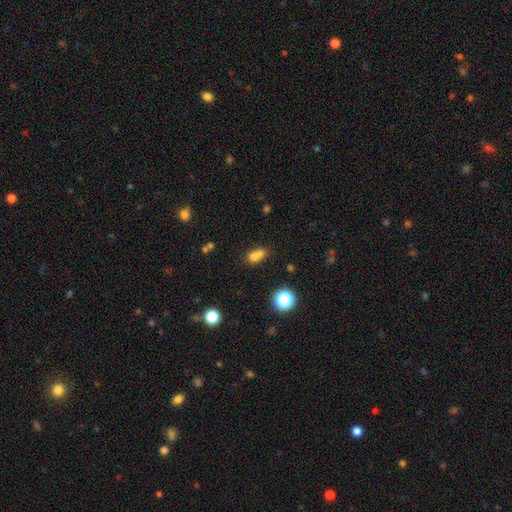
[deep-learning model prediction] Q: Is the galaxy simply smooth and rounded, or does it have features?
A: smooth — 70%.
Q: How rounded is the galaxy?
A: round — 58%.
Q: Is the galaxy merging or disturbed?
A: merger — 57%.